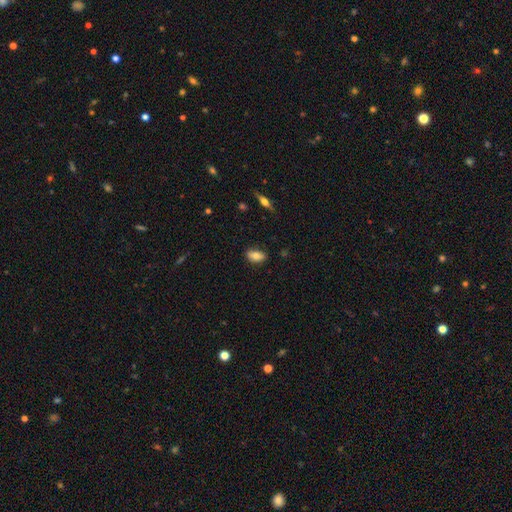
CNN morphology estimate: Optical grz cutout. It shows a smooth galaxy with no disk features (77%) that is in between round and cigar-shaped (88%). Merging: none (84%).